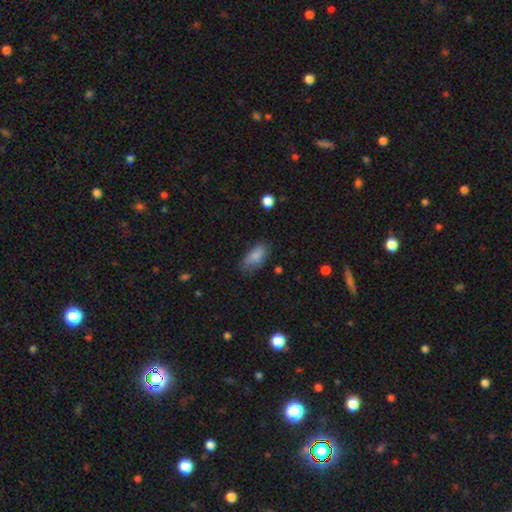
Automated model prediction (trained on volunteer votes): Q: Smooth or featured?
A: smooth (85%); runner-up: star or artifact (8%)
Q: How rounded?
A: in between (88%); runner-up: cigar-shaped (9%)
Q: Merging?
A: none (62%); runner-up: minor disturbance (28%)